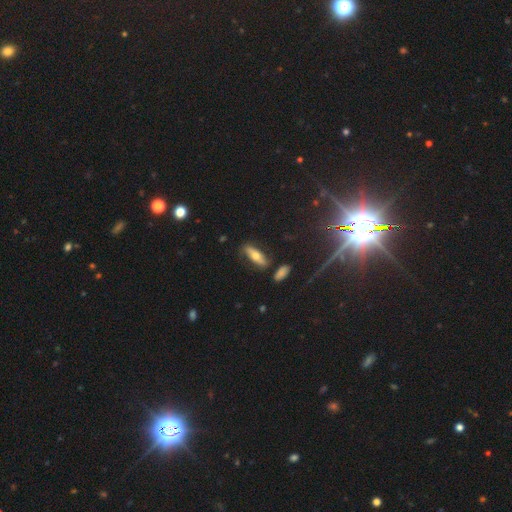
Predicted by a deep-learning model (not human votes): Smooth or featured: smooth — 53% (featured or disk — 38%)
How rounded: in between — 54% (cigar-shaped — 43%)
Merging: none — 74% (minor disturbance — 16%)